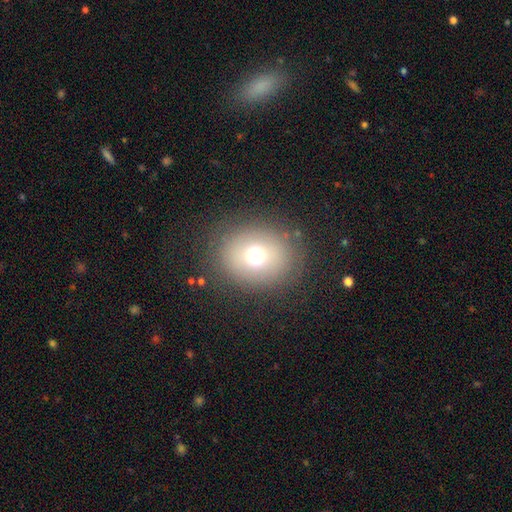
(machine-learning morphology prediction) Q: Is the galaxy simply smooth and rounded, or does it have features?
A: smooth — 69%.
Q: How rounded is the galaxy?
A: round — 69%.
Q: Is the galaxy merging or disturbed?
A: none — 83%.